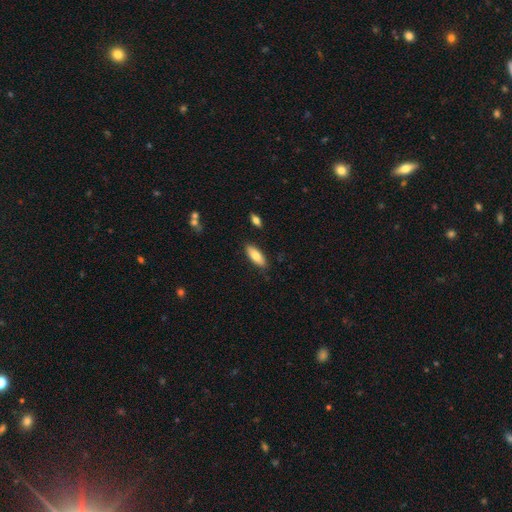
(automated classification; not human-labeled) Smooth or featured: smooth — 79% (featured or disk — 14%)
How rounded: in between — 75% (cigar-shaped — 23%)
Merging: none — 86% (minor disturbance — 10%)